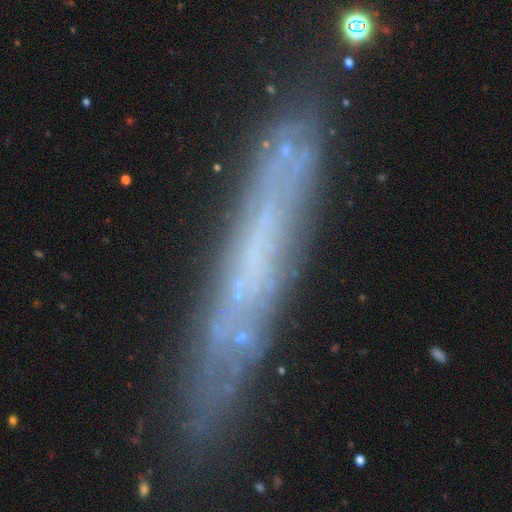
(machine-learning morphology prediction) The model was most divided on "smooth or featured": featured or disk: 50%, smooth: 36%, star or artifact: 14%. More confident: merging — none (82%); edge-on disk — yes (79%).